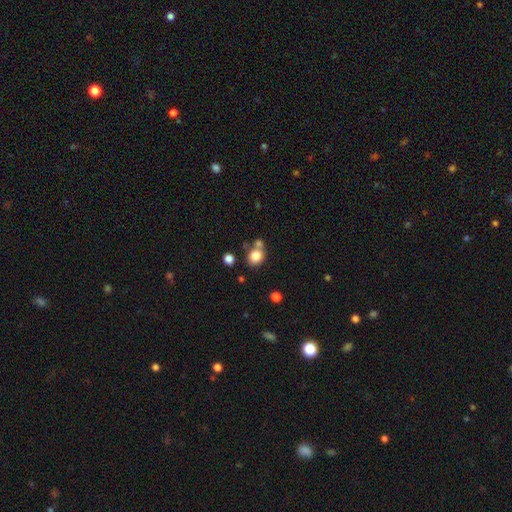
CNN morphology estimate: Smooth or featured?
  - smooth: 81% *
  - star or artifact: 11%
  - featured or disk: 8%
How rounded?
  - round: 70% *
  - in between: 29%
  - cigar-shaped: 1%
Merging?
  - none: 57% *
  - merger: 27%
  - minor disturbance: 12%
  - major disturbance: 4%